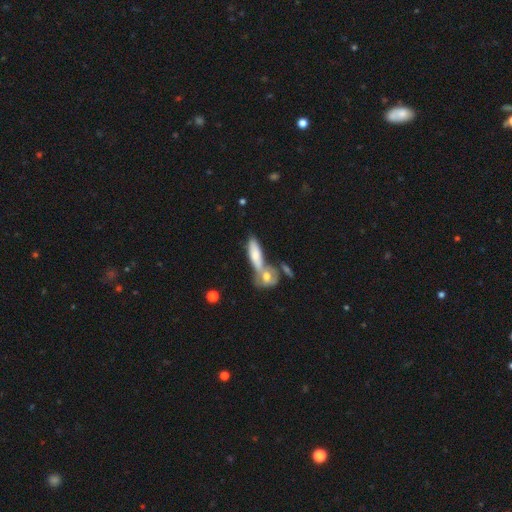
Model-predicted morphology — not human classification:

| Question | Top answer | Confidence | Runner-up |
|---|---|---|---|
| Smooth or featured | smooth | 67% | featured or disk (26%) |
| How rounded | in between | 54% | cigar-shaped (42%) |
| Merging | merger | 51% | none (32%) |